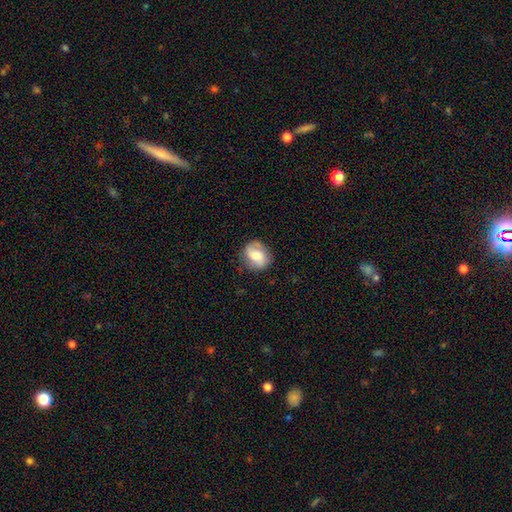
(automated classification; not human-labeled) Smooth or featured? smooth (54%)
How rounded? round (59%)
Merging? none (76%)